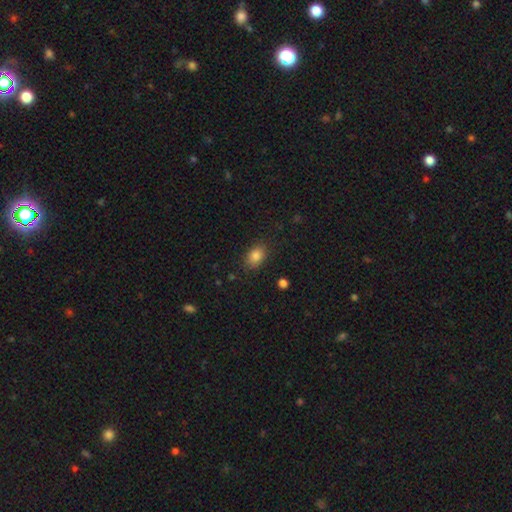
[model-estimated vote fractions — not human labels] smooth 85%, star or artifact 10%, featured or disk 5%. Down the decision tree: how rounded — in between (74%); merging — none (82%).